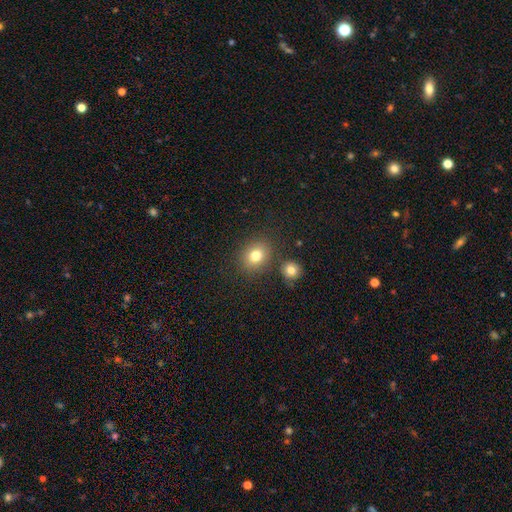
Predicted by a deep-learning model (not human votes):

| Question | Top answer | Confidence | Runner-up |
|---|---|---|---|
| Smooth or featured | smooth | 79% | star or artifact (12%) |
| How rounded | round | 63% | in between (36%) |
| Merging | none | 79% | minor disturbance (10%) |